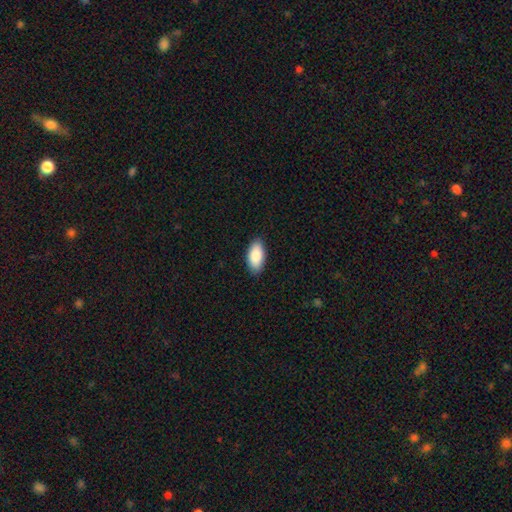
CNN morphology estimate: type=smooth (88%); roundness=in between (93%); merging=none (88%).